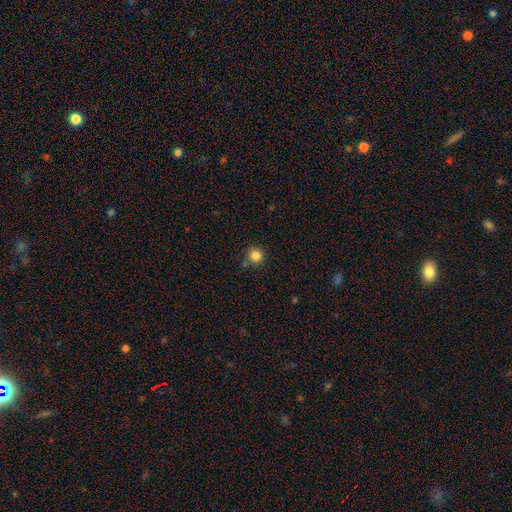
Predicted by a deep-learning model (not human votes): Smooth or featured: smooth — 83% (star or artifact — 12%)
How rounded: round — 95% (in between — 4%)
Merging: none — 84% (minor disturbance — 9%)